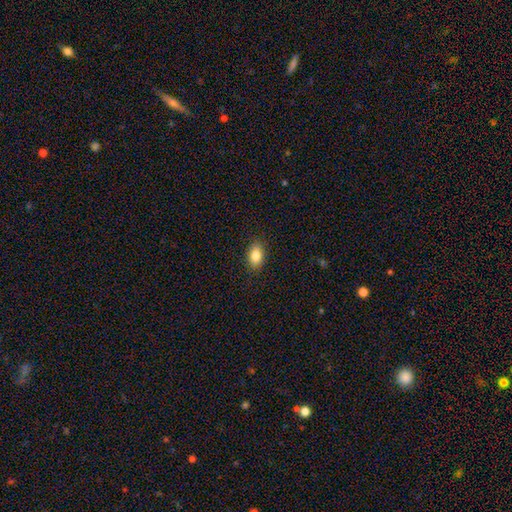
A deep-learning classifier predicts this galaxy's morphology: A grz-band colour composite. It shows a smooth galaxy with no disk features (84%) that is in between round and cigar-shaped (88%). Merging: none (88%).